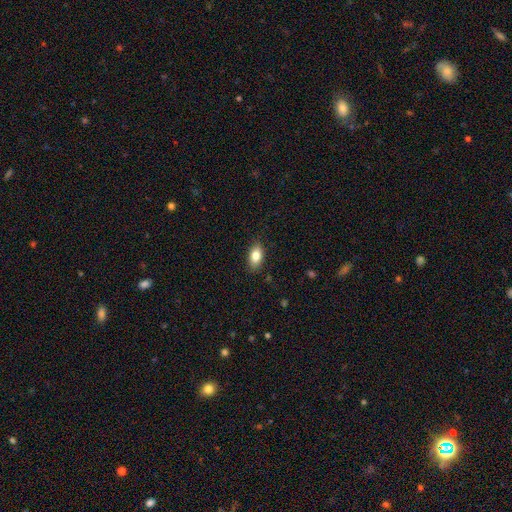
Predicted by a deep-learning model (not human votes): Smooth or featured?
  - smooth: 81% *
  - featured or disk: 11%
  - star or artifact: 8%
How rounded?
  - in between: 89% *
  - round: 6%
  - cigar-shaped: 4%
Merging?
  - none: 86% *
  - minor disturbance: 11%
  - major disturbance: 2%
  - merger: 1%